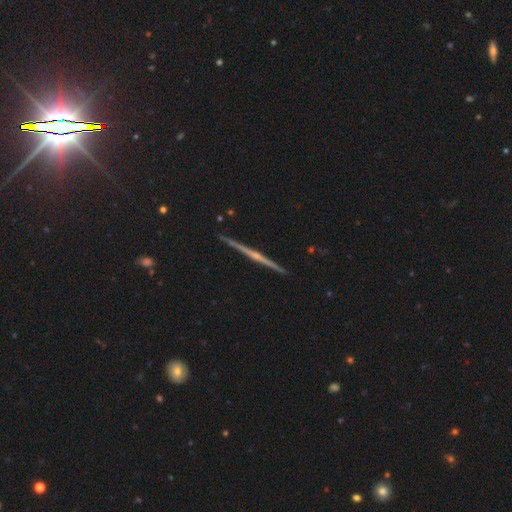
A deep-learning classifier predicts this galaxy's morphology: smooth-or-featured: featured or disk: 83% | smooth: 11% | star or artifact: 6%
  disk-edge-on: yes: 99% | no: 1%
    edge-on-bulge: rounded: 66% | none: 26% | boxy: 8%
  merging: none: 92% | minor disturbance: 5% | merger: 1% | major disturbance: 1%